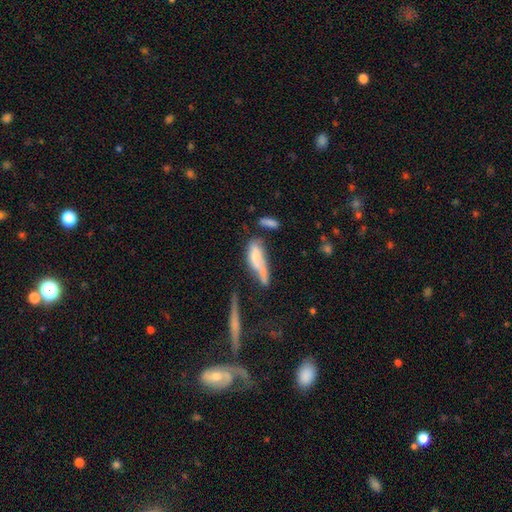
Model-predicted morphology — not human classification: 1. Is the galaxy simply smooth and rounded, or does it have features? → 43% smooth, 42% featured or disk, 15% star or artifact.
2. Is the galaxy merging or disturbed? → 32% none, 25% merger, 22% major disturbance, 22% minor disturbance.